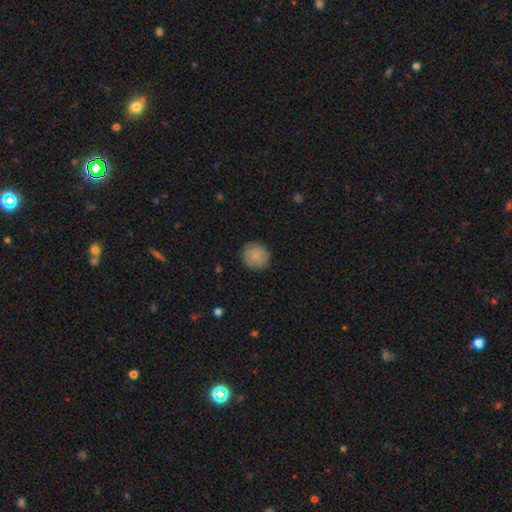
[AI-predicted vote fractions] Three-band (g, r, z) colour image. It shows a smooth galaxy with no disk features (85%) that is round (93%). Merging: none (88%).